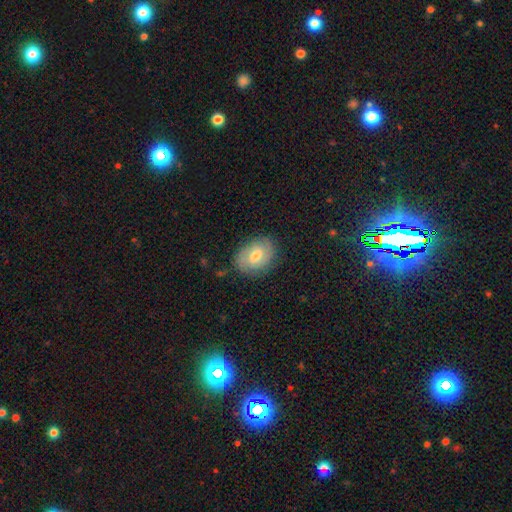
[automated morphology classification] smooth 62%, featured or disk 31%, star or artifact 7%. Down the decision tree: how rounded — in between (71%); merging — none (80%).